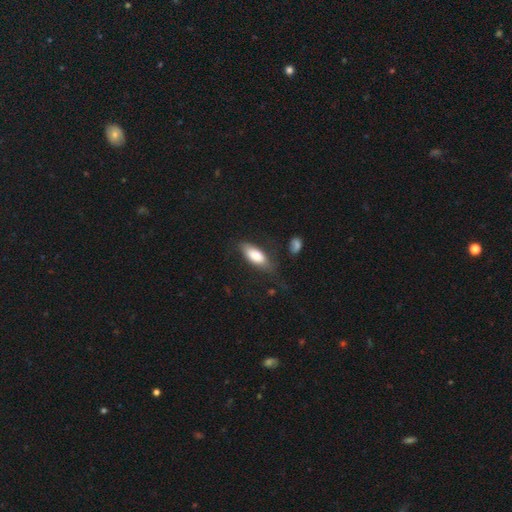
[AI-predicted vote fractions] A smooth galaxy with no disk features (79%) that is in between round and cigar-shaped (81%). Merging: none (51%).